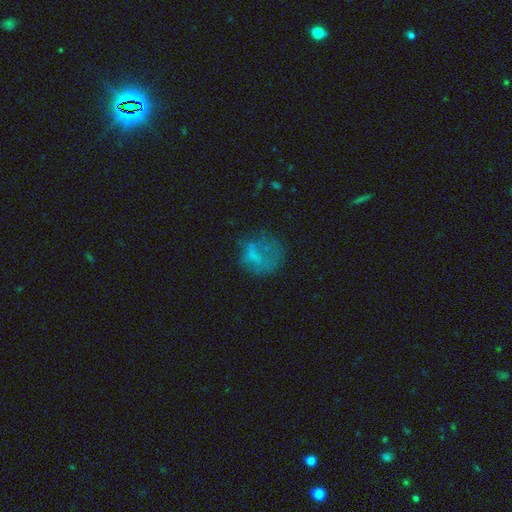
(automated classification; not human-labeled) smooth-or-featured: smooth: 55% | featured or disk: 27% | star or artifact: 18%
  how-rounded: round: 69% | in between: 29% | cigar-shaped: 2%
  merging: none: 44% | major disturbance: 32% | minor disturbance: 22% | merger: 3%